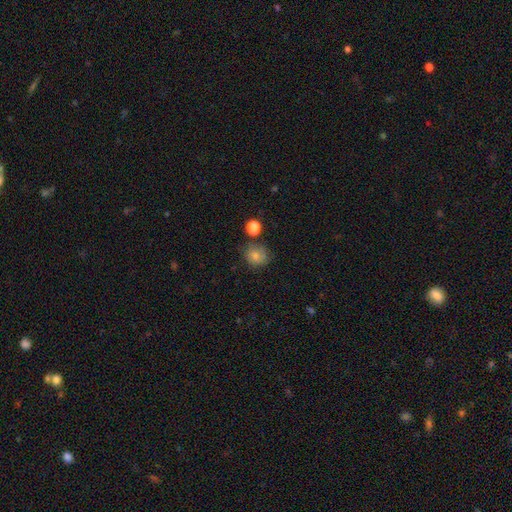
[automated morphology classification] Smooth or featured? smooth (75%)
How rounded? round (78%)
Merging? none (63%)